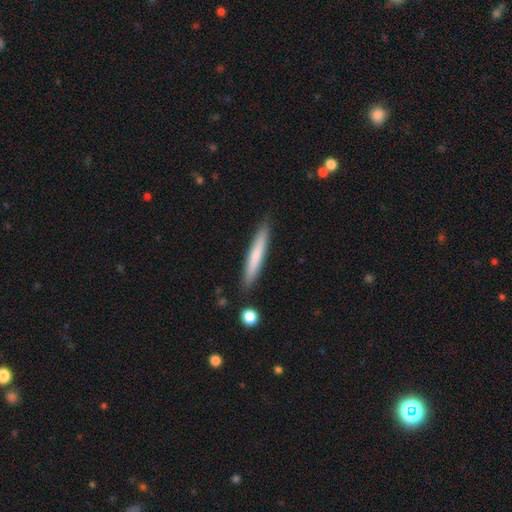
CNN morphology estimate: smooth-or-featured: smooth: 57% | featured or disk: 35% | star or artifact: 8%
  how-rounded: cigar-shaped: 95% | in between: 4% | round: 1%
  merging: none: 88% | minor disturbance: 8% | merger: 2% | major disturbance: 2%